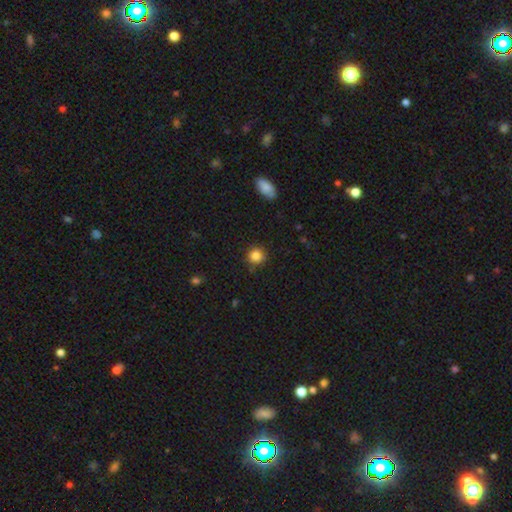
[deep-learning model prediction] Smooth or featured: smooth — 84% (star or artifact — 11%)
How rounded: round — 91% (in between — 8%)
Merging: none — 87% (minor disturbance — 9%)